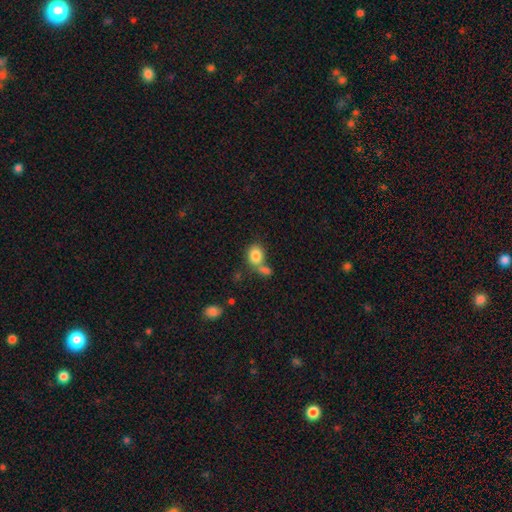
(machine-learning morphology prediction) smooth-or-featured: smooth: 83% | star or artifact: 9% | featured or disk: 8%
  how-rounded: round: 50% | in between: 48% | cigar-shaped: 1%
  merging: none: 44% | merger: 39% | minor disturbance: 11% | major disturbance: 5%